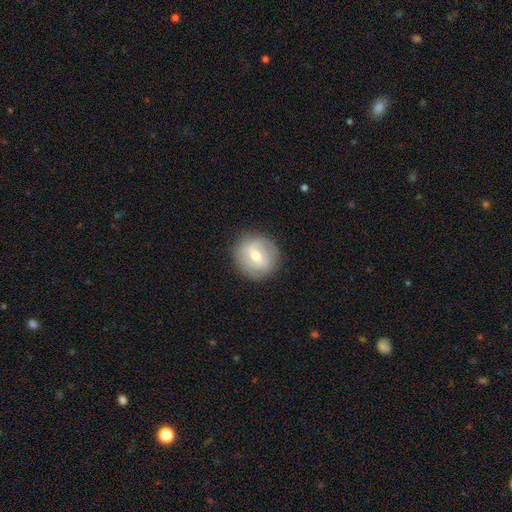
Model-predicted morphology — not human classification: type=smooth (48%); merging=none (84%).